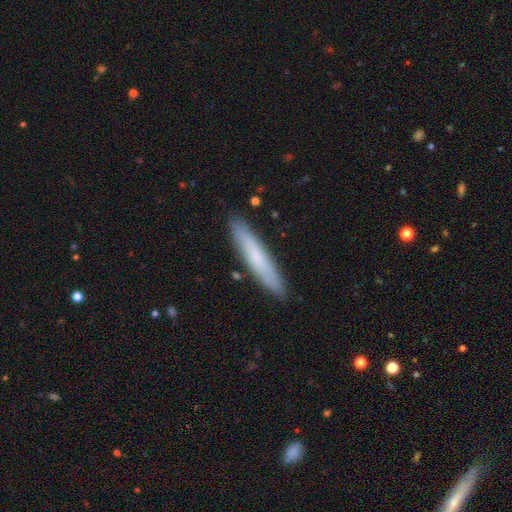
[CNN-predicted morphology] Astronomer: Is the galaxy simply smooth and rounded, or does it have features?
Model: smooth — 65%.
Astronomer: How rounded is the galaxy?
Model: cigar-shaped — 91%.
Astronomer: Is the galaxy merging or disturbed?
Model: none — 88%.